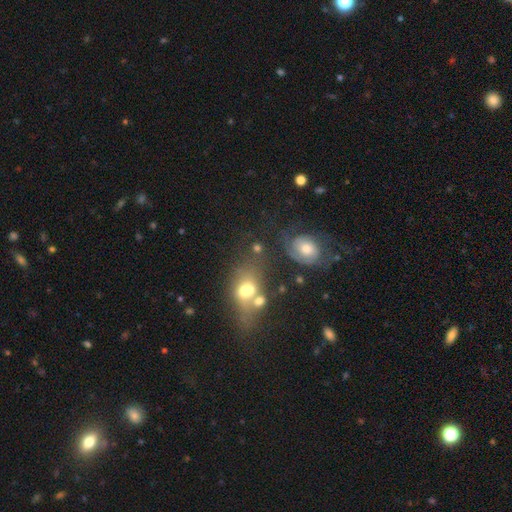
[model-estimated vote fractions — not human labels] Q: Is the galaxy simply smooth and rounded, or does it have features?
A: smooth — 48%.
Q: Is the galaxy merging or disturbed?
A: none — 42%.